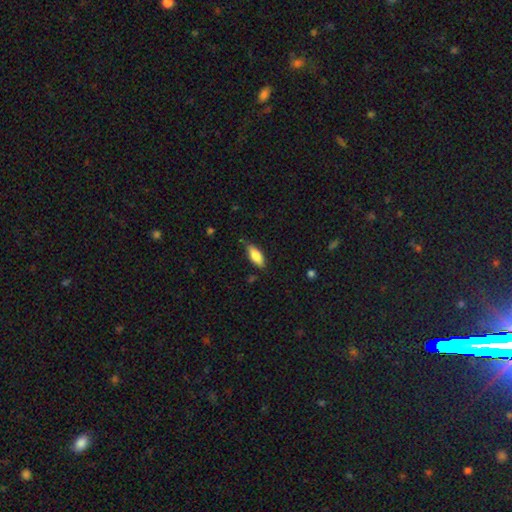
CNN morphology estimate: Smooth or featured: smooth — 74% (featured or disk — 19%)
How rounded: in between — 76% (cigar-shaped — 22%)
Merging: none — 78% (minor disturbance — 17%)